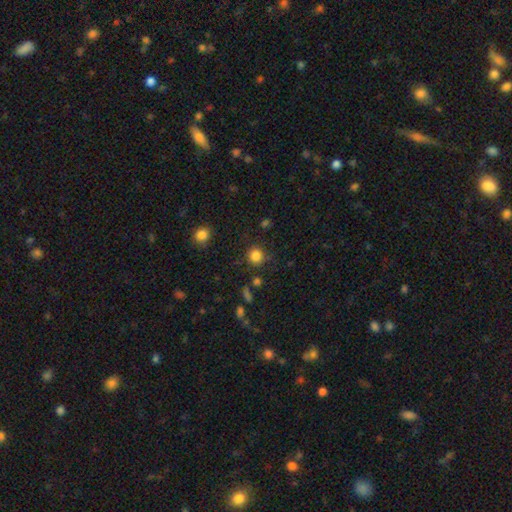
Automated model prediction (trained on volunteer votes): A smooth galaxy with no disk features (83%) that is round (90%). Merging: none (84%).